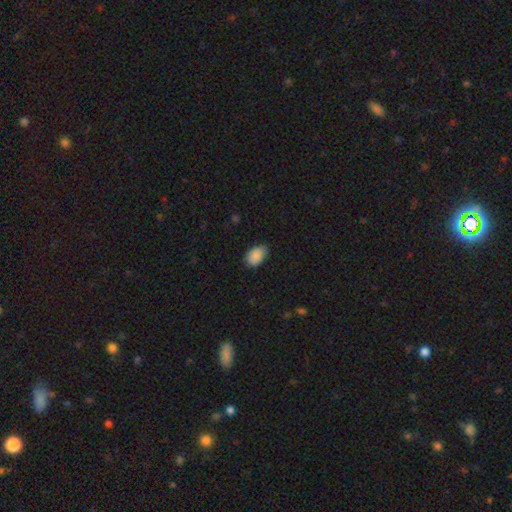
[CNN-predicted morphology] smooth_or_featured: smooth (p=0.88) [alt: star or artifact p=0.07]
how_rounded: in between (p=0.90) [alt: round p=0.09]
merging: none (p=0.74) [alt: minor disturbance p=0.22]